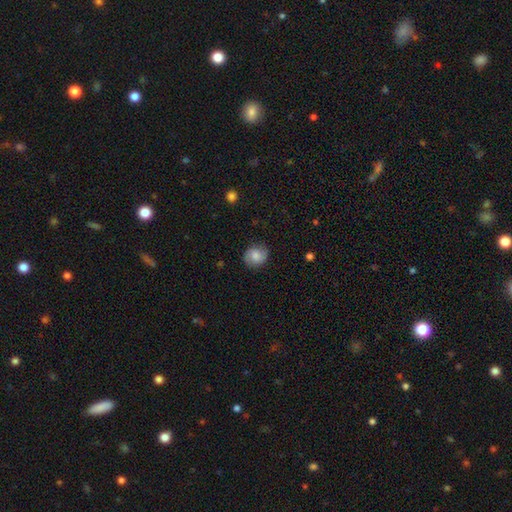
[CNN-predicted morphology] This is possibly a smooth galaxy (59%). How rounded: likely round (75%). Merging: clearly none (83%).